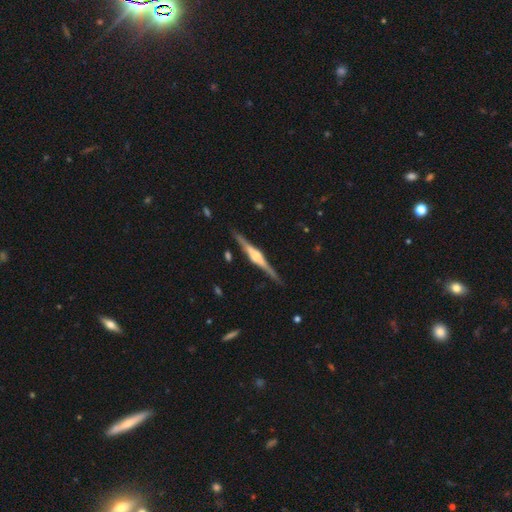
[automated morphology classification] smooth_or_featured: featured or disk (p=0.84) [alt: smooth p=0.11]
disk_edge_on: yes (p=0.98) [alt: no p=0.02]
edge_on_bulge: rounded (p=0.78) [alt: boxy p=0.19]
merging: none (p=0.89) [alt: minor disturbance p=0.08]